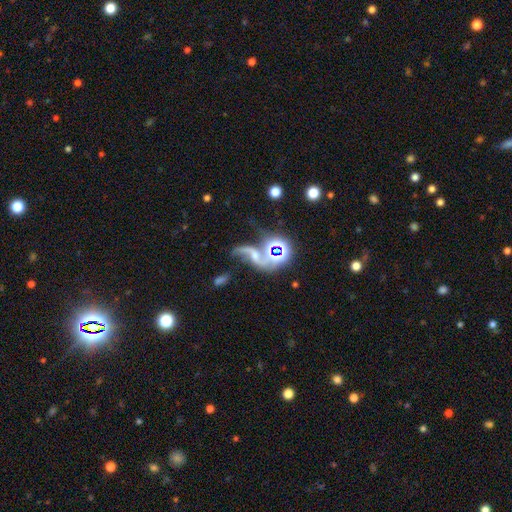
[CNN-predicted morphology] Smooth or featured? featured or disk (71%)
Edge-on disk? no (95%)
Bar? no (47%)
Spiral arms? yes (90%)
Spiral winding? loose (86%)
Spiral arm count? 2 (87%)
Bulge size? small (43%)
Merging? none (39%)